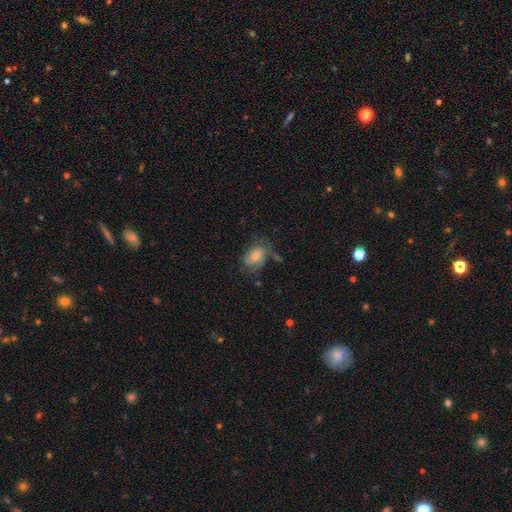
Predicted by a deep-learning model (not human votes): smooth 49%, featured or disk 38%, star or artifact 13%. Down the decision tree: merging — none (56%).